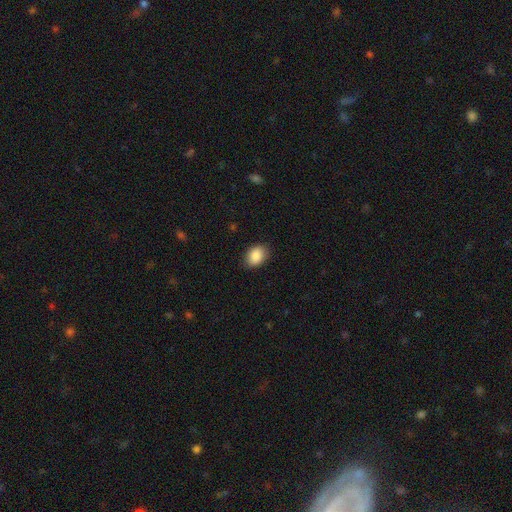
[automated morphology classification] This appears to be a smooth galaxy with no disk features (88%) that is in between round and cigar-shaped (74%). Merging: none (86%).